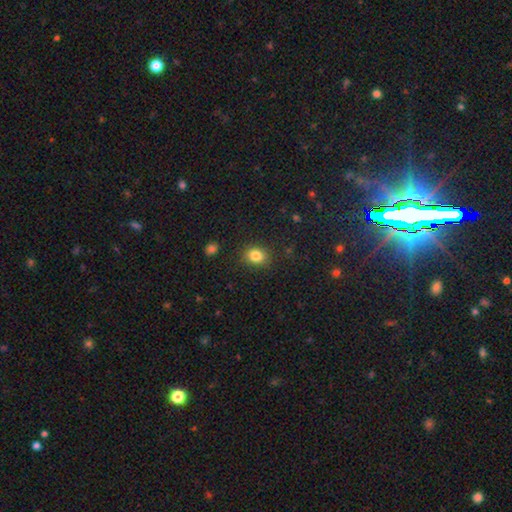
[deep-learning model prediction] The model was most divided on "how rounded": round: 51%, in between: 48%, cigar-shaped: 1%. More confident: merging — none (86%); smooth or featured — smooth (84%).